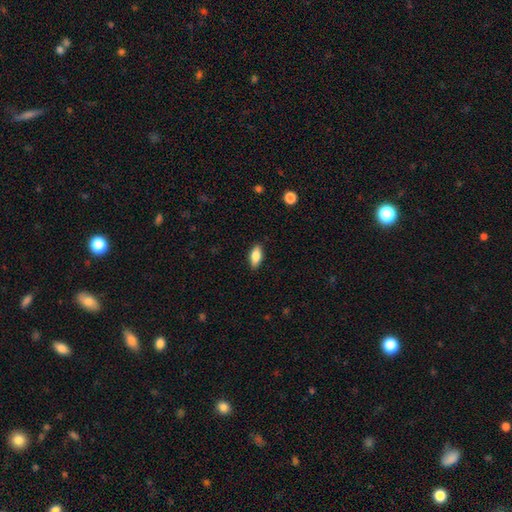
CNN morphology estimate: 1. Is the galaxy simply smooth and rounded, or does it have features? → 78% smooth, 15% featured or disk, 7% star or artifact.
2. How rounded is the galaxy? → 84% in between, 13% cigar-shaped, 3% round.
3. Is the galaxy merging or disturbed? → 88% none, 9% minor disturbance, 2% major disturbance, 1% merger.